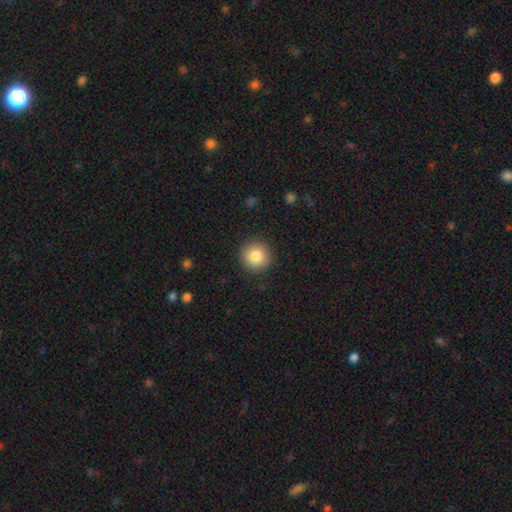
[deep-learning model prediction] Smooth or featured: smooth — 84% (star or artifact — 9%)
How rounded: round — 94% (in between — 5%)
Merging: none — 91% (minor disturbance — 6%)